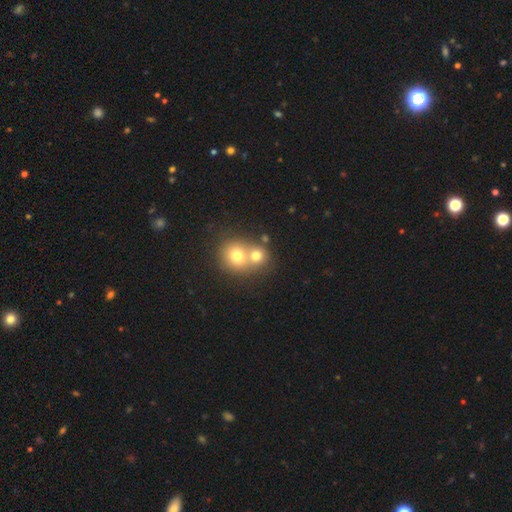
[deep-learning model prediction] smooth 71%, featured or disk 17%, star or artifact 13%. Down the decision tree: how rounded — round (79%); merging — merger (62%).